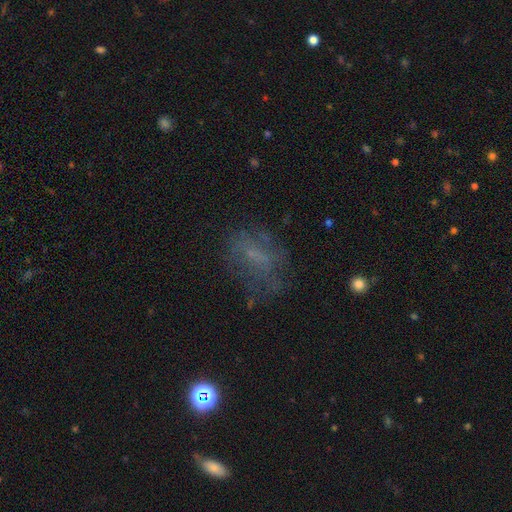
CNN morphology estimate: Smooth or featured: smooth — 41% (featured or disk — 35%)
Merging: none — 53% (major disturbance — 23%)